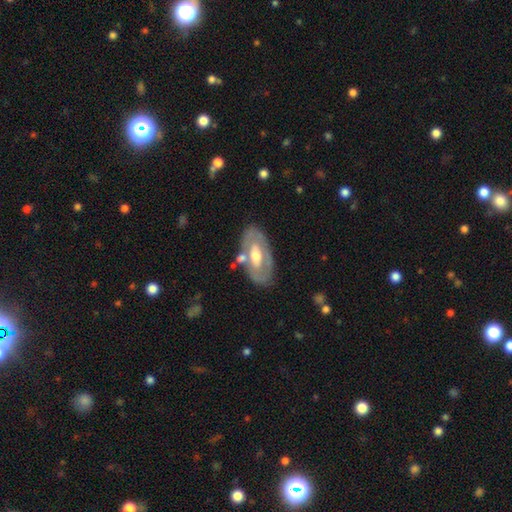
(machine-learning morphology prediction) type=featured or disk (65%); edge-on=no (87%); bar=no (47%); spiral arms=no (67%); bulge=moderate (71%); merging=none (67%).